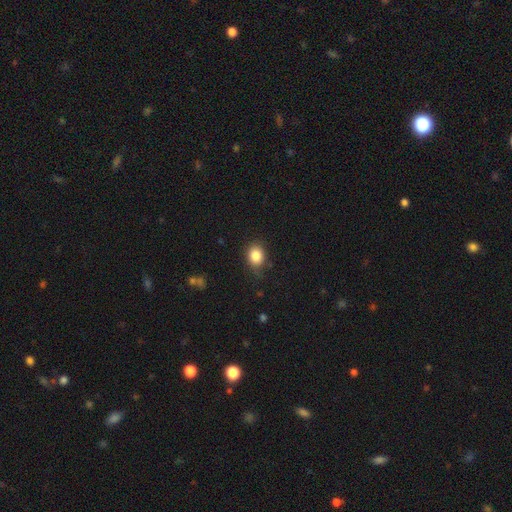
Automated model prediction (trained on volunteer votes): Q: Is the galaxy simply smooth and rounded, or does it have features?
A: smooth — 84%.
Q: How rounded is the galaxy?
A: round — 57%.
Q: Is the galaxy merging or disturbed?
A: none — 75%.